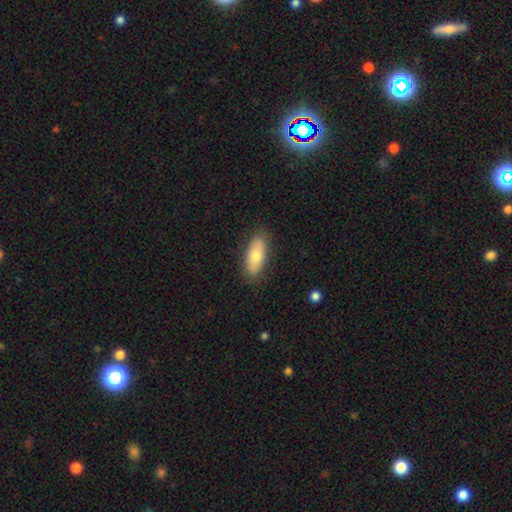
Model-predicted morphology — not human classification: The model was most divided on "smooth or featured": smooth: 71%, featured or disk: 22%, star or artifact: 6%. More confident: merging — none (85%); how rounded — in between (84%).